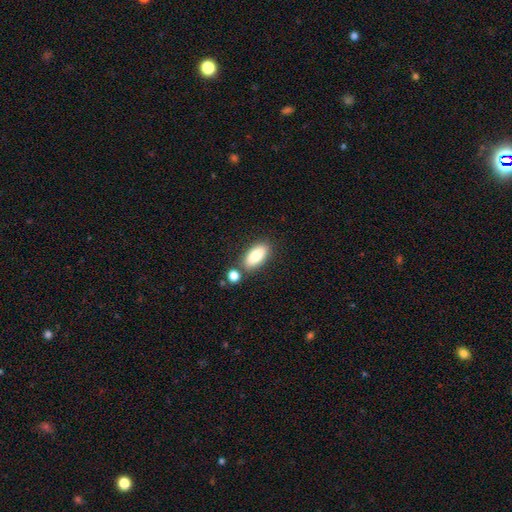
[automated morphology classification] This is clearly a smooth galaxy (83%). How rounded: clearly in between (87%). Merging: likely none (74%).